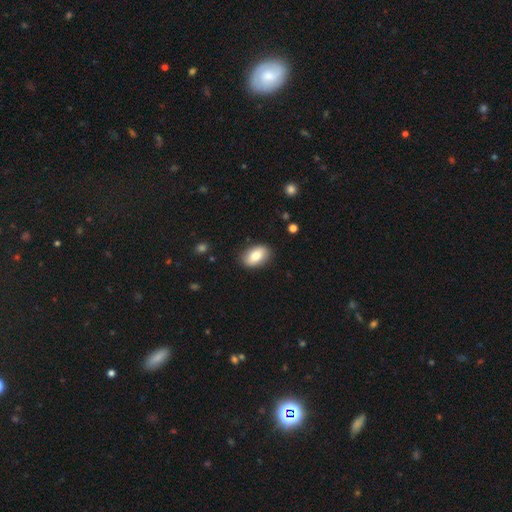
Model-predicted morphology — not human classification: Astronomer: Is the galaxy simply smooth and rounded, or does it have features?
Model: smooth — 79%.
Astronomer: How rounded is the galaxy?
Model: in between — 90%.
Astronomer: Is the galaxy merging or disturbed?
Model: none — 86%.